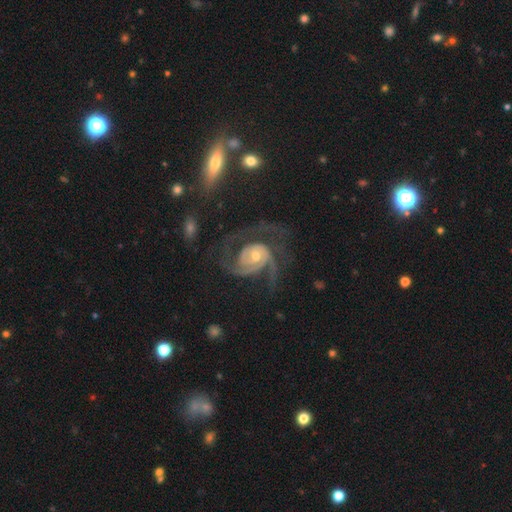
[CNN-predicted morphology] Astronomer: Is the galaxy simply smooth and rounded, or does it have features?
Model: featured or disk — 91%.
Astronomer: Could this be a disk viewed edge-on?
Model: no — 98%.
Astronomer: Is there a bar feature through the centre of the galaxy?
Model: no — 67%.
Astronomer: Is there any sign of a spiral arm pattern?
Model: yes — 97%.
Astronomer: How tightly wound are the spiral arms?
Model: medium — 44% (runner-up: tight, 42%).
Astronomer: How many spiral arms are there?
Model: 2 — 45% (runner-up: 3, 28%).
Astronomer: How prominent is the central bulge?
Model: moderate — 53% (runner-up: small, 41%).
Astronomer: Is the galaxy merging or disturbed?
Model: none — 53%.